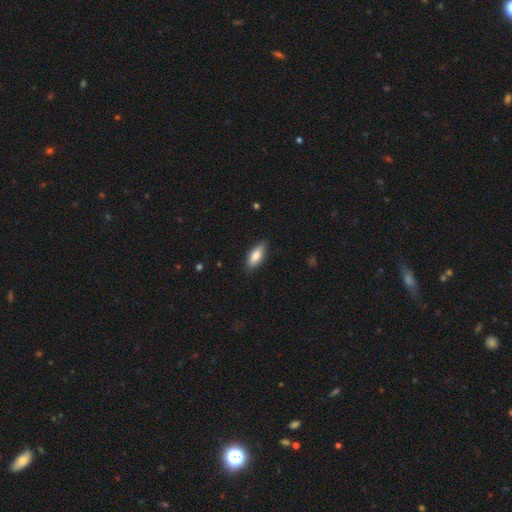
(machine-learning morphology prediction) A smooth galaxy with no disk features (76%) that is in between round and cigar-shaped (71%). Merging: none (84%).